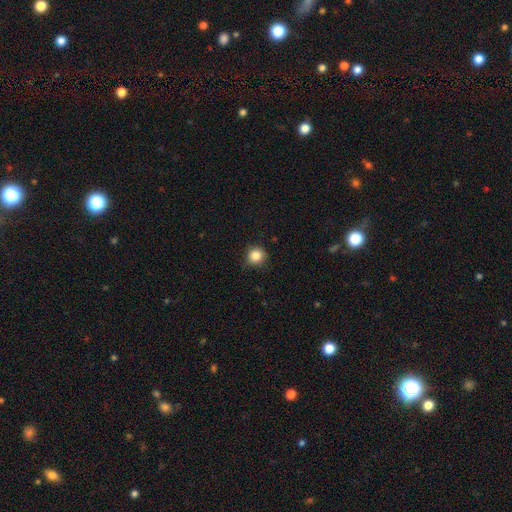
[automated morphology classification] smooth 85%, star or artifact 11%, featured or disk 5%. Down the decision tree: how rounded — round (92%); merging — none (82%).